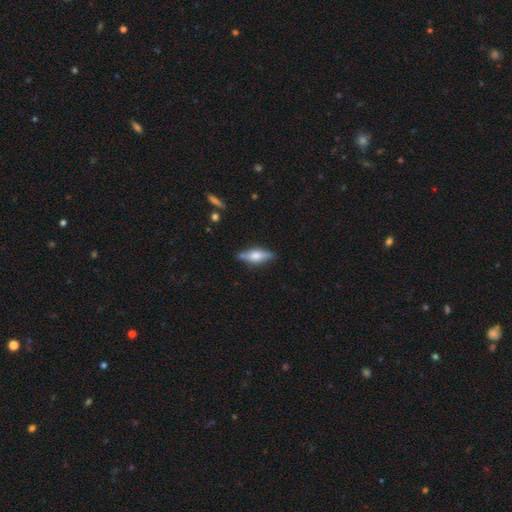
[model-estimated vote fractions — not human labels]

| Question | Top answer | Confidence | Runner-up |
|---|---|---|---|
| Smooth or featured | featured or disk | 47% | tied: smooth (47%) |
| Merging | none | 82% | minor disturbance (14%) |